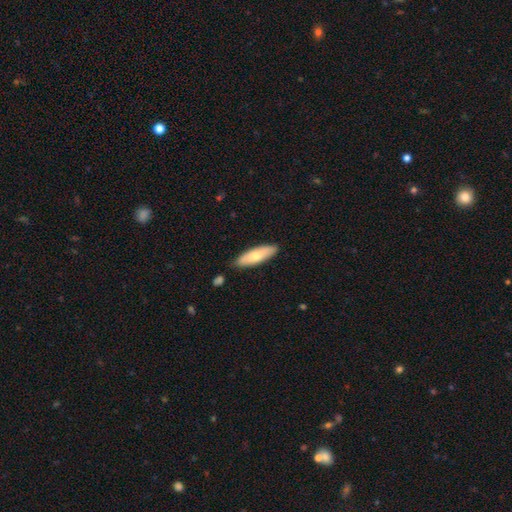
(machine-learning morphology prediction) A smooth galaxy with no disk features (69%) that is in between round and cigar-shaped (52%).

Vote fractions:
- Smooth or featured? smooth: 69% / featured or disk: 26% / star or artifact: 5%
- How rounded? in between: 52% / cigar-shaped: 46% / round: 2%
- Merging? none: 85% / minor disturbance: 11% / merger: 2% / major disturbance: 2%